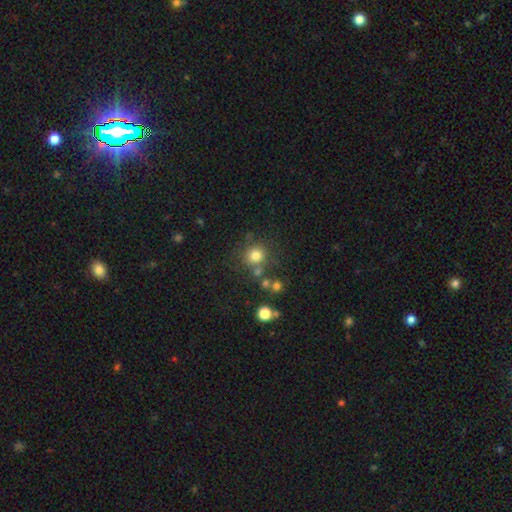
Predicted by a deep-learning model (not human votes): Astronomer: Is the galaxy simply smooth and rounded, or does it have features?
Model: smooth — 77%.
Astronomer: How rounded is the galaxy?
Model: round — 90%.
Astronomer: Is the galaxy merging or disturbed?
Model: none — 71%.